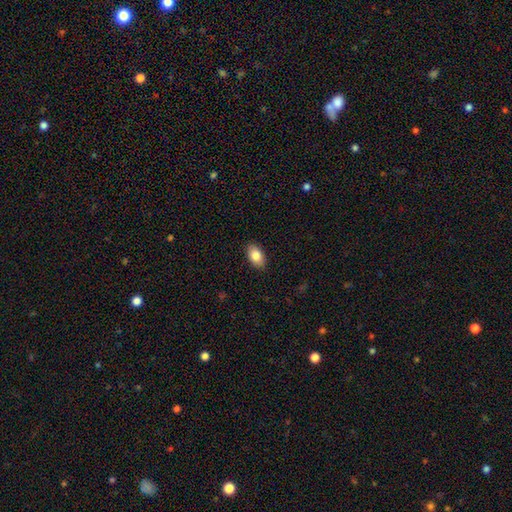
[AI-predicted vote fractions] Smooth or featured: smooth — 84% (featured or disk — 9%)
How rounded: in between — 92% (round — 5%)
Merging: none — 89% (minor disturbance — 8%)